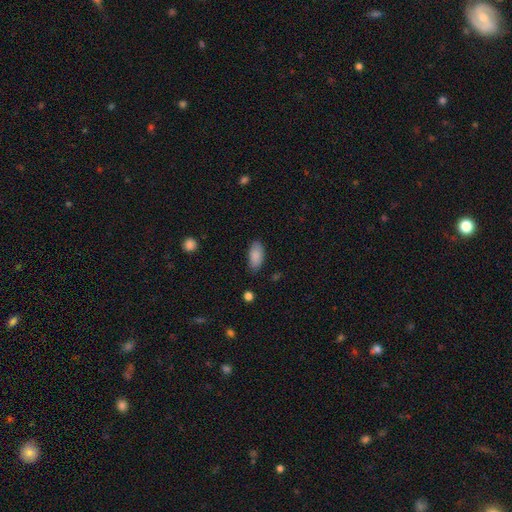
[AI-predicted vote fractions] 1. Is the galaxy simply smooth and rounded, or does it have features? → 88% smooth, 7% star or artifact, 6% featured or disk.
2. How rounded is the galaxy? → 92% in between, 6% cigar-shaped, 2% round.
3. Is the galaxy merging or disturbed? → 82% none, 14% minor disturbance, 3% major disturbance, 1% merger.